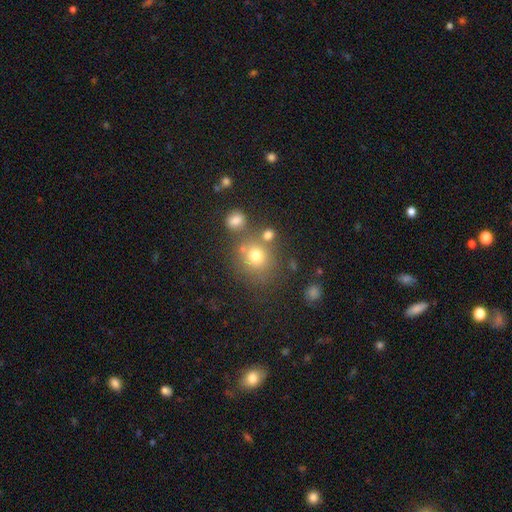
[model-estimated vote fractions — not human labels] Smooth or featured? Predicted: smooth (p=0.72). How rounded? Predicted: round (p=0.82). Merging? Predicted: none (p=0.66).